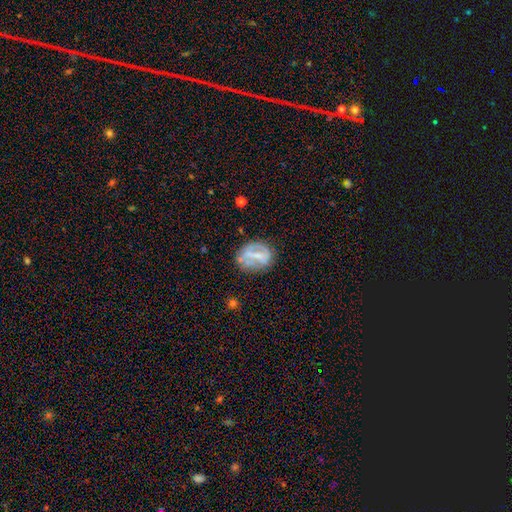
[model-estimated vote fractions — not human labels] The model was most divided on "bulge size": none: 45%, small: 30%, moderate: 20%, large: 3%, dominant: 1%. Remaining: edge-on disk — no (95%); spiral arms — no (65%); merging — none (60%); smooth or featured — featured or disk (54%); bar — strong (50%).